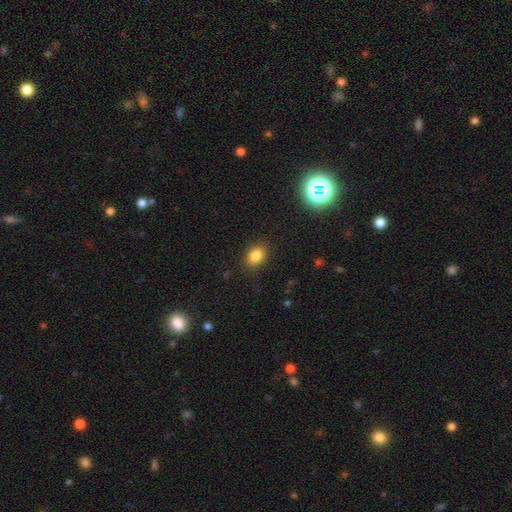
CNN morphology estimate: smooth-or-featured: smooth: 83% | star or artifact: 11% | featured or disk: 6%
  how-rounded: in between: 72% | round: 26% | cigar-shaped: 1%
  merging: none: 86% | minor disturbance: 10% | major disturbance: 3% | merger: 1%